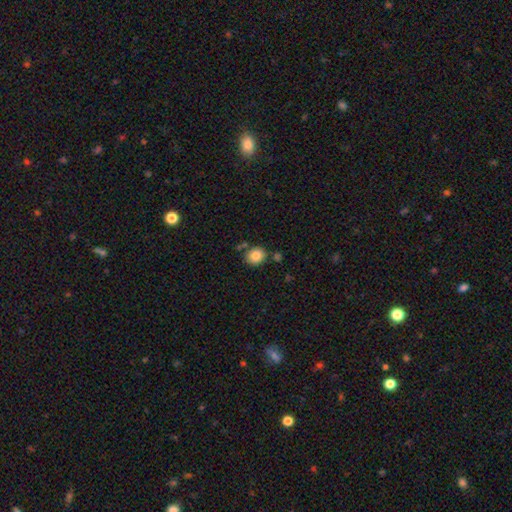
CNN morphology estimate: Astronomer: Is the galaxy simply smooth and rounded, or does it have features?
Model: smooth — 85%.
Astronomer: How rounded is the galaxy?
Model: round — 71%.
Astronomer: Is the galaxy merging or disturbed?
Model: none — 75%.